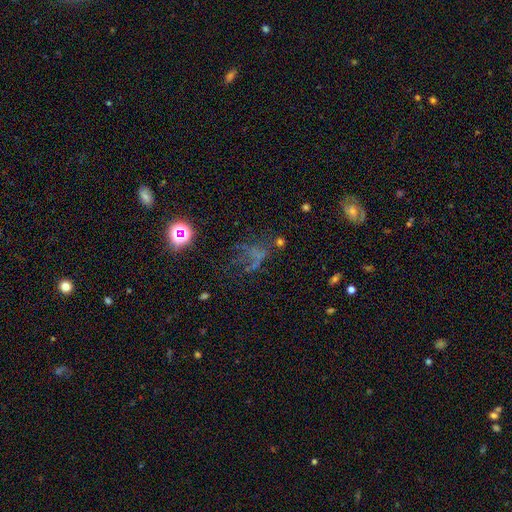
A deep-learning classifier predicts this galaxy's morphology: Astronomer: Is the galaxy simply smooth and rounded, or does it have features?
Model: star or artifact — 39% (runner-up: featured or disk, 33%).